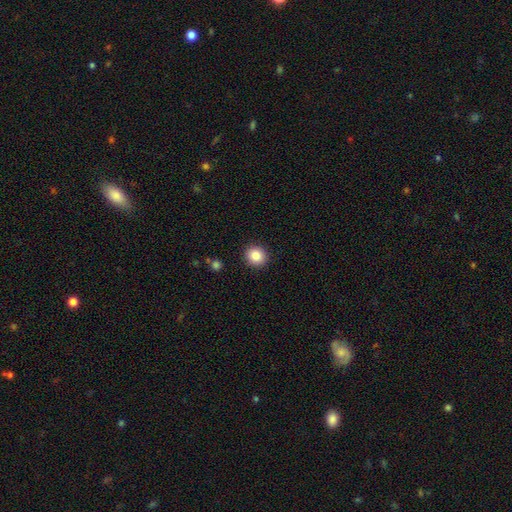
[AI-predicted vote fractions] smooth-or-featured: smooth: 86% | star or artifact: 9% | featured or disk: 5%
  how-rounded: round: 84% | in between: 15% | cigar-shaped: 1%
  merging: none: 91% | minor disturbance: 6% | major disturbance: 2% | merger: 1%